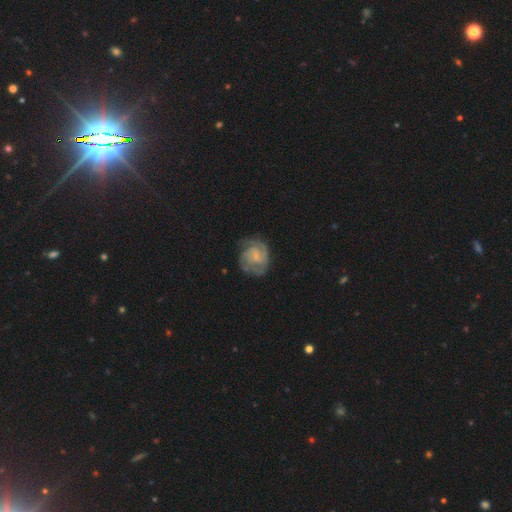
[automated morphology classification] smooth-or-featured: featured or disk: 76% | smooth: 18% | star or artifact: 6%
  disk-edge-on: no: 98% | yes: 2%
    bar: no: 55% | weak: 39% | strong: 6%
    has-spiral-arms: yes: 92% | no: 8%
      spiral-winding: tight: 50% | medium: 39% | loose: 11%
      spiral-arm-count: 2: 38% | can't tell: 26% | 3: 22% | 4: 6% | 1: 5% | more than 4: 4%
    bulge-size: small: 59% | none: 23% | moderate: 15% | large: 2% | dominant: 1%
  merging: none: 65% | minor disturbance: 21% | major disturbance: 12% | merger: 2%